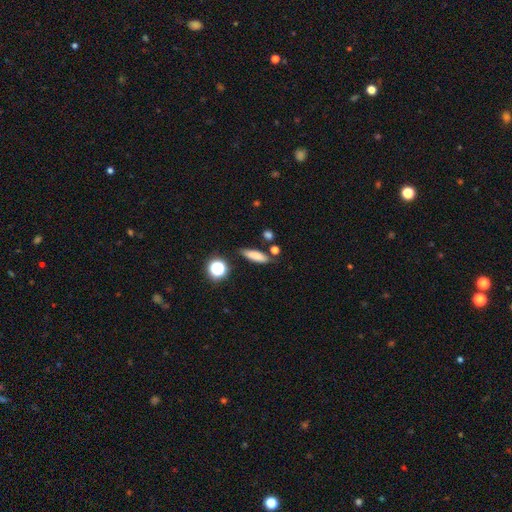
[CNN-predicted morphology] smooth_or_featured: smooth (p=0.78) [alt: star or artifact p=0.11]
how_rounded: cigar-shaped (p=0.54) [alt: in between p=0.40]
merging: none (p=0.76) [alt: minor disturbance p=0.14]